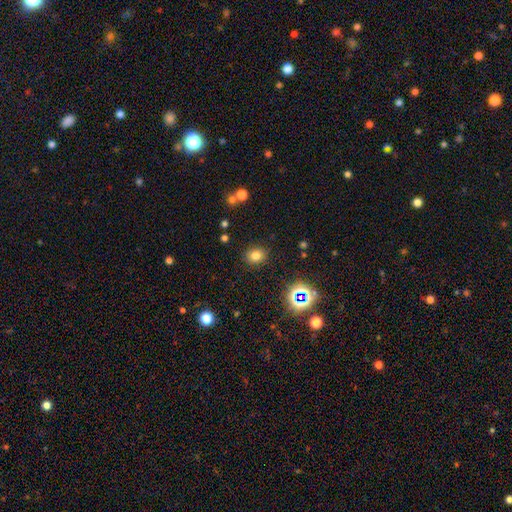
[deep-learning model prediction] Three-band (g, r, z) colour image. It shows a smooth galaxy with no disk features (75%) that is round (63%). Merging: none (87%).